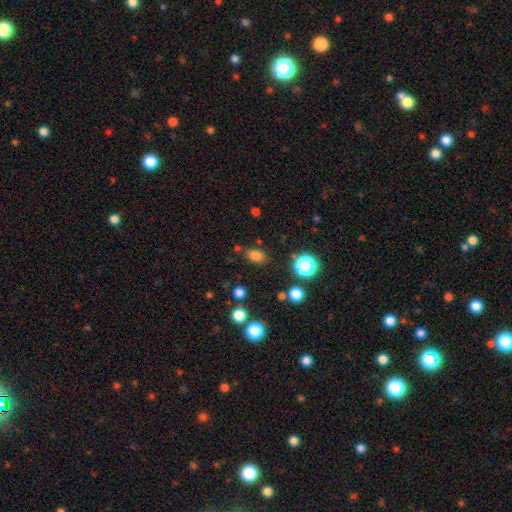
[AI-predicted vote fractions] The model was most divided on "how rounded": in between: 72%, round: 26%, cigar-shaped: 2%. More confident: merging — none (81%); smooth or featured — smooth (78%).